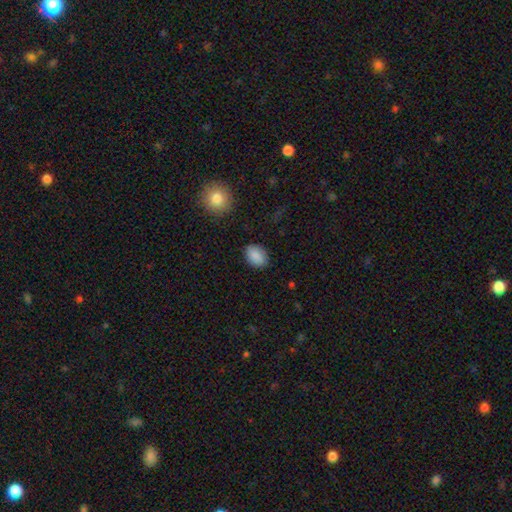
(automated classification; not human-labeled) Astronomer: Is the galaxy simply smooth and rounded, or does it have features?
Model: smooth — 87%.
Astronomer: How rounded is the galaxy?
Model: in between — 75%.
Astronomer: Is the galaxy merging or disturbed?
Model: none — 84%.